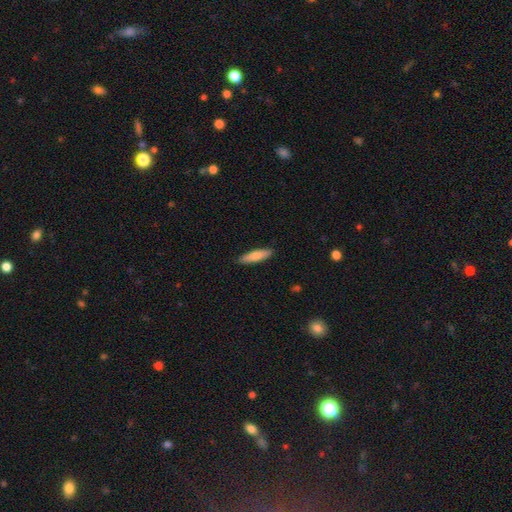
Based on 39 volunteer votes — Smooth or featured?
  - smooth: 77% *
  - featured or disk: 23%
  - star or artifact: 0%
How rounded?
  - in between: 63% *
  - cigar-shaped: 37%
  - round: 0%
Merging?
  - none: 100% *
  - minor disturbance: 0%
  - major disturbance: 0%
  - merger: 0%